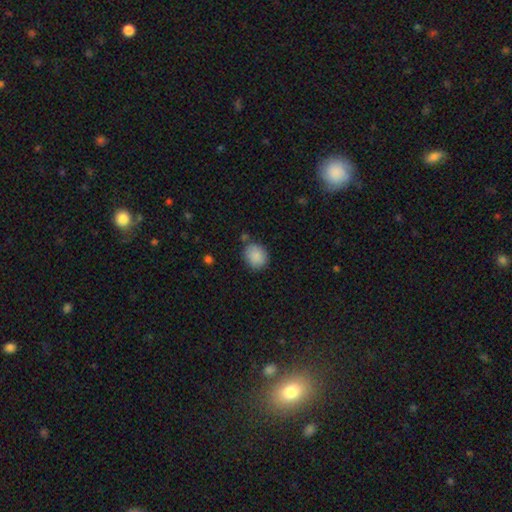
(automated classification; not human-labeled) A smooth galaxy with no disk features (88%) that is round (66%). Merging: none (73%).